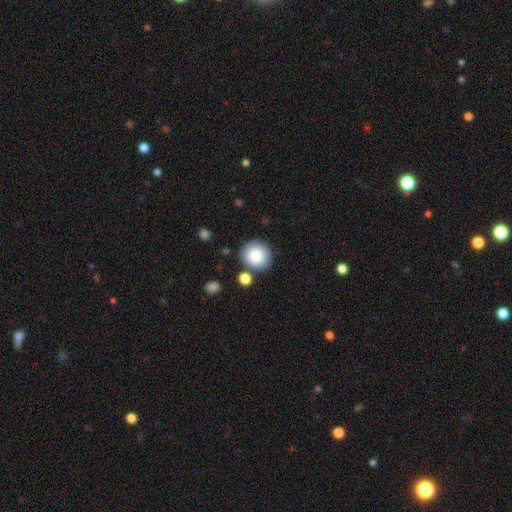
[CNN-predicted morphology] smooth-or-featured: smooth: 83% | featured or disk: 9% | star or artifact: 8%
  how-rounded: round: 93% | in between: 6% | cigar-shaped: 1%
  merging: none: 81% | minor disturbance: 10% | merger: 6% | major disturbance: 3%